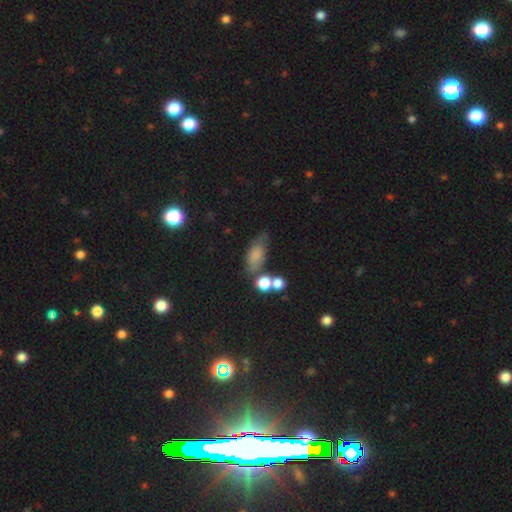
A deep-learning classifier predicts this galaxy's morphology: Smooth or featured?
  - smooth: 72% *
  - featured or disk: 16%
  - star or artifact: 12%
How rounded?
  - in between: 77% *
  - cigar-shaped: 13%
  - round: 10%
Merging?
  - none: 46% *
  - minor disturbance: 25%
  - merger: 17%
  - major disturbance: 12%